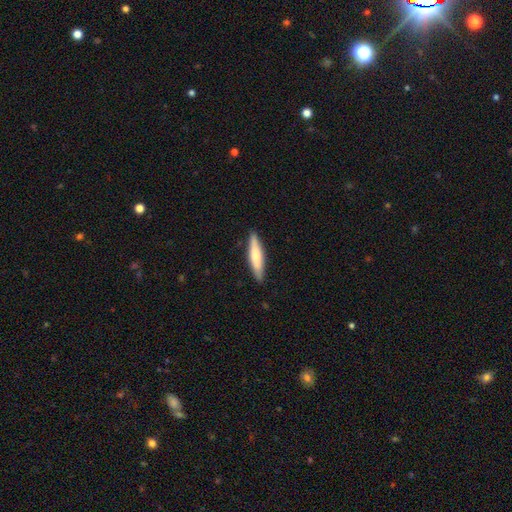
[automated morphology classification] A smooth galaxy with no disk features (61%) that is cigar-shaped (83%).

Vote fractions:
- Smooth or featured? smooth: 61% / featured or disk: 33% / star or artifact: 5%
- How rounded? cigar-shaped: 83% / in between: 16% / round: 1%
- Merging? none: 88% / minor disturbance: 9% / major disturbance: 2% / merger: 1%